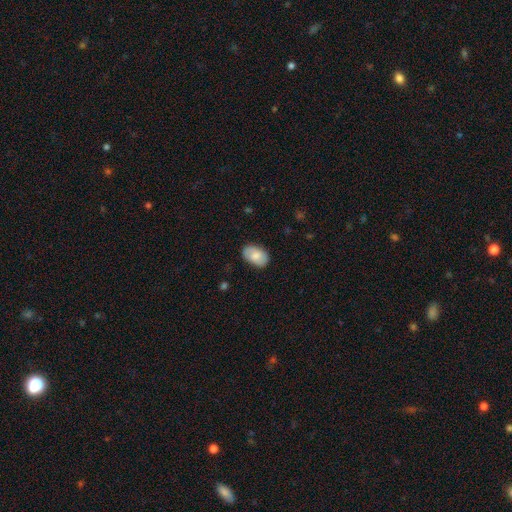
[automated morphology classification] This is likely a smooth galaxy (79%). How rounded: clearly in between (91%). Merging: clearly none (82%).